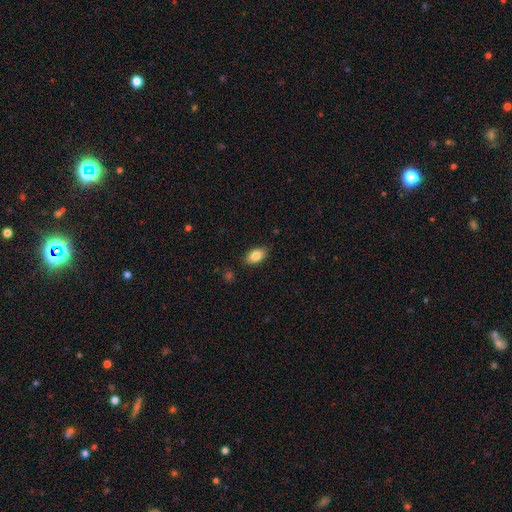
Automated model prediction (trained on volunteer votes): Overall: smooth (83%). How rounded: in between (91%). Merging: none (85%).